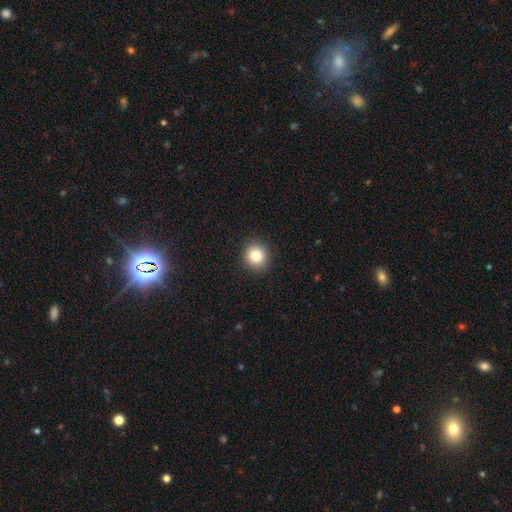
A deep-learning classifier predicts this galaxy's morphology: A smooth galaxy with no disk features (83%) that is round (88%).

Vote fractions:
- Smooth or featured? smooth: 83% / star or artifact: 11% / featured or disk: 6%
- How rounded? round: 88% / in between: 11% / cigar-shaped: 1%
- Merging? none: 92% / minor disturbance: 6% / major disturbance: 2% / merger: 1%